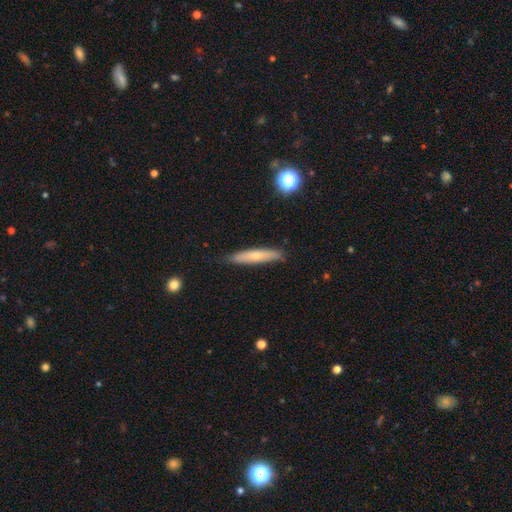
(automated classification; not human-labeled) Smooth or featured? Predicted: smooth (p=0.60). How rounded? Predicted: cigar-shaped (p=0.88). Merging? Predicted: none (p=0.84).